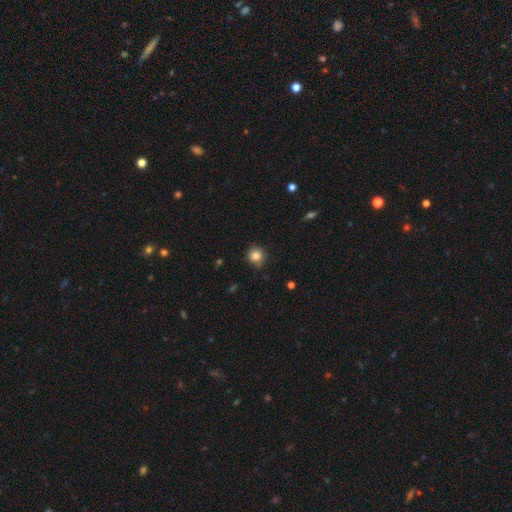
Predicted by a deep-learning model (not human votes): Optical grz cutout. It shows a smooth galaxy with no disk features (84%) that is round (90%). Merging: none (83%).